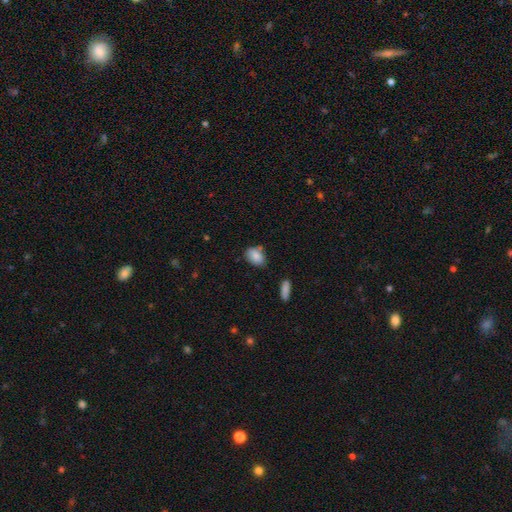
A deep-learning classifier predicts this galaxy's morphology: Smooth or featured? smooth (84%)
How rounded? in between (81%)
Merging? none (70%)